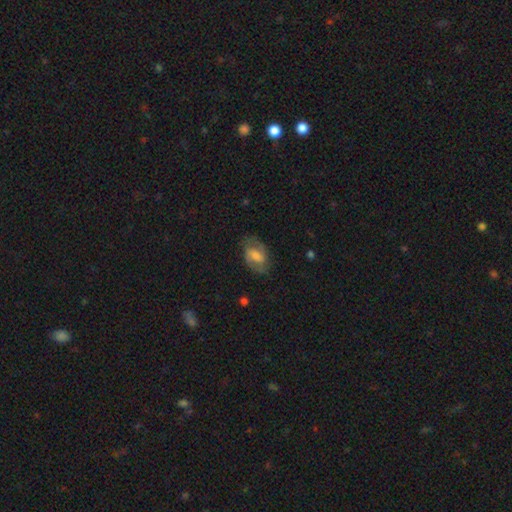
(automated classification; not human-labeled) This is likely a featured or disk galaxy (62%). It is clearly not viewed edge-on (96%). Bar: possibly weak (51%). Spiral arm pattern: clearly yes (85%). Spiral arm count: clearly 2 (85%). Spiral winding: possibly medium (50%). Central bulge: marginally moderate (44%). Merging: likely none (75%).